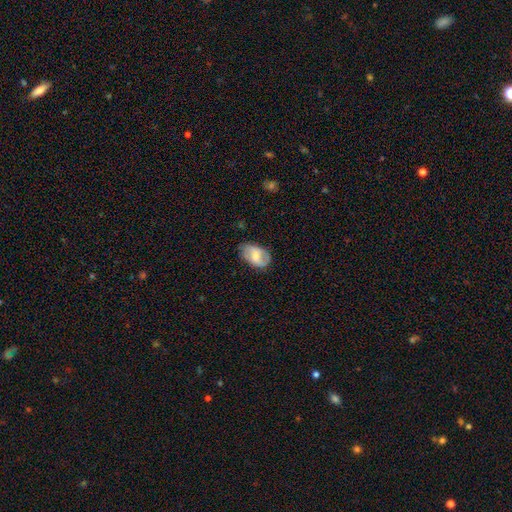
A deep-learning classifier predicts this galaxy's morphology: Smooth or featured? smooth (51%)
How rounded? in between (88%)
Merging? none (65%)